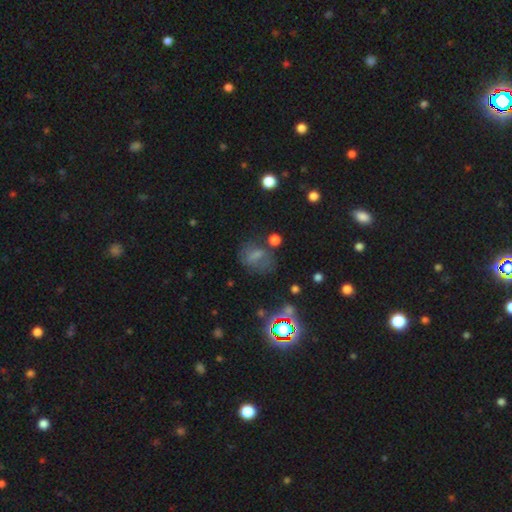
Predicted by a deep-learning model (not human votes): Overall: smooth (53%; featured or disk 26%). How rounded: in between (59%; round 38%). Merging: none (51%; minor disturbance 23%).